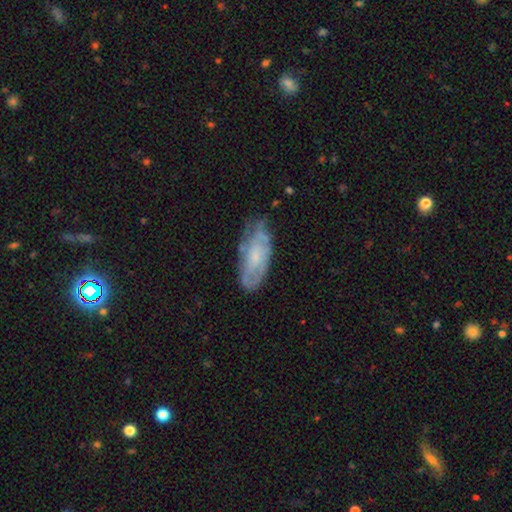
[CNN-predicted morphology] The model was most divided on "smooth or featured": featured or disk: 61%, smooth: 32%, star or artifact: 7%. More confident: edge-on disk — no (90%); spiral arms — yes (75%); bar — no (72%); bulge size — small (64%); merging — none (61%).